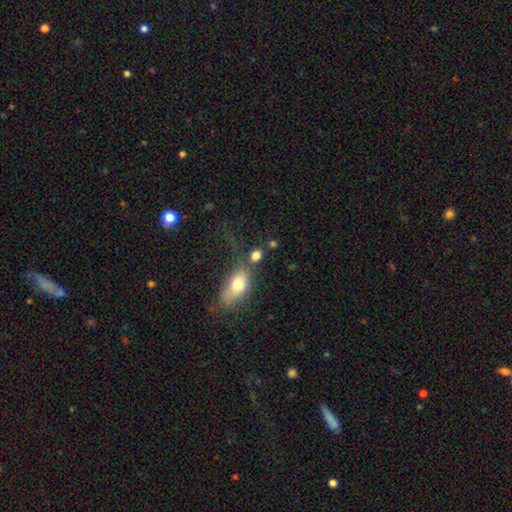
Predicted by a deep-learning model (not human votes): Morphology: type=smooth (78%); roundness=in between (48%); merging=none (57%).